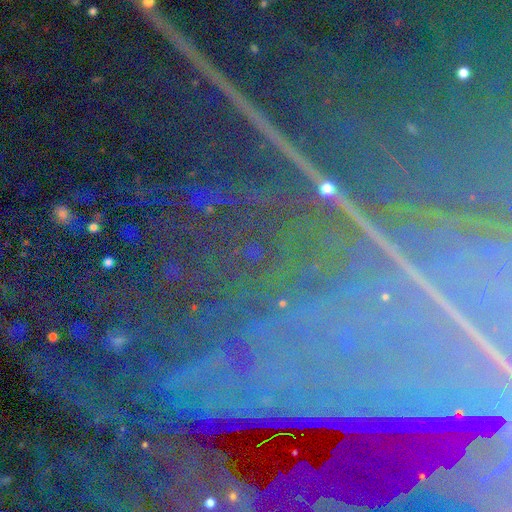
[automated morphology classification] smooth-or-featured: star or artifact: 89% | featured or disk: 6% | smooth: 5%